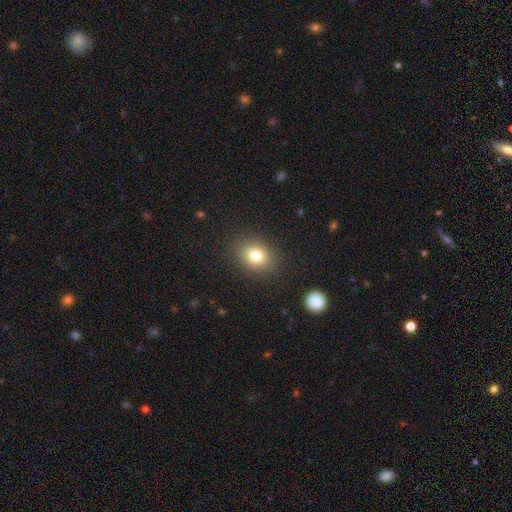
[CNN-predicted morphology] This appears to be a smooth galaxy with no disk features (79%) that is round (52%). Merging: none (87%).